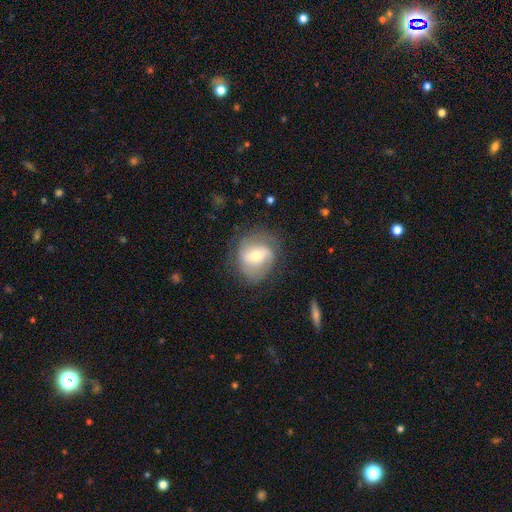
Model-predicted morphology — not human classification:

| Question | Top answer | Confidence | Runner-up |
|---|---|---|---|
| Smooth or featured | featured or disk | 60% | smooth (32%) |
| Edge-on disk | no | 96% | yes (4%) |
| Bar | weak | 43% | no (32%) |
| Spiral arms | yes | 77% | no (23%) |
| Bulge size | moderate | 56% | small (37%) |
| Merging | none | 69% | minor disturbance (19%) |